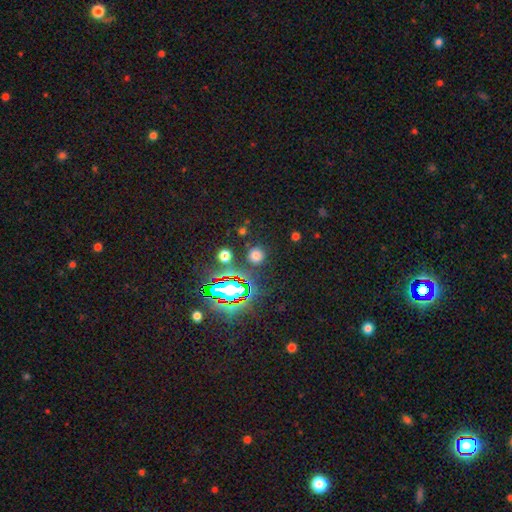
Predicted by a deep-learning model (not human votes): The model was most divided on "smooth or featured": smooth: 66%, star or artifact: 29%, featured or disk: 6%. More confident: how rounded — round (91%); merging — none (85%).